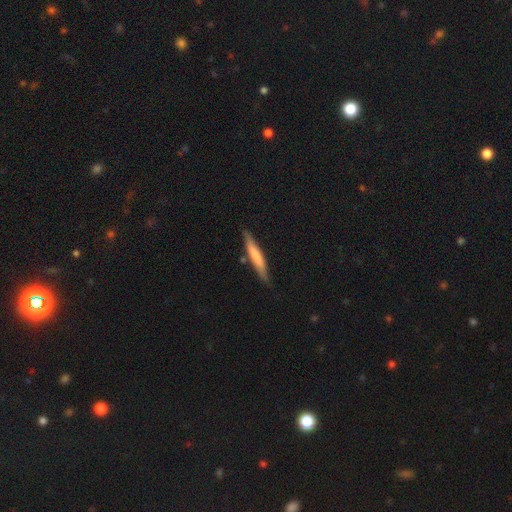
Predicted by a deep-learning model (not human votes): Morphology: type=smooth (61%); roundness=cigar-shaped (93%); merging=none (80%).